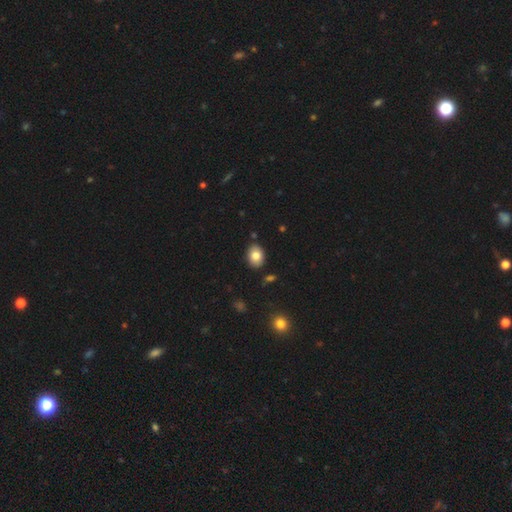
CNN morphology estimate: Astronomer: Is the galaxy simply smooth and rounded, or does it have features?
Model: smooth — 82%.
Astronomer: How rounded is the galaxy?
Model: in between — 67%.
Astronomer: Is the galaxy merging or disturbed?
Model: none — 86%.